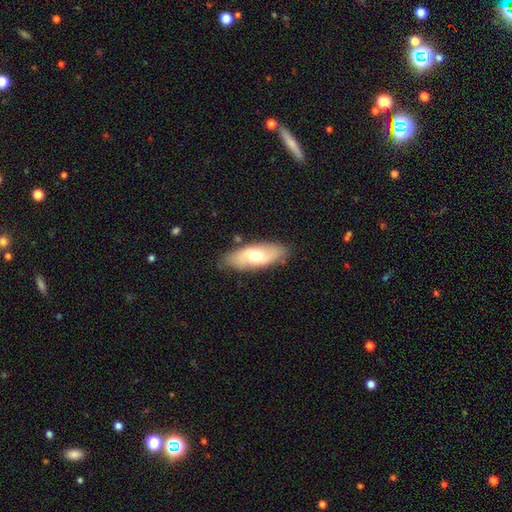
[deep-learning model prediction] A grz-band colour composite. It shows a smooth galaxy with no disk features (57%) that is in between round and cigar-shaped (81%). Merging: none (83%).